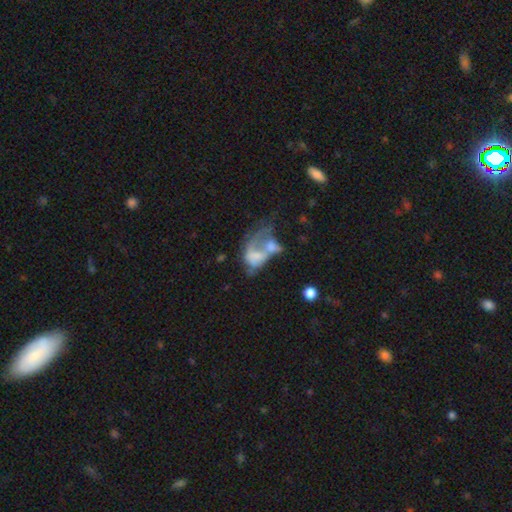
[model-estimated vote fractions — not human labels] The model was most divided on "smooth or featured": featured or disk: 45%, smooth: 44%, star or artifact: 11%. More confident: merging — merger (57%).